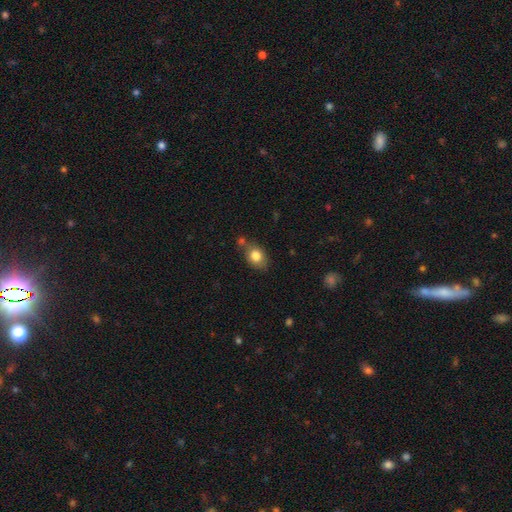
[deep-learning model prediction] Morphology: type=smooth (81%); roundness=in between (65%); merging=none (61%).